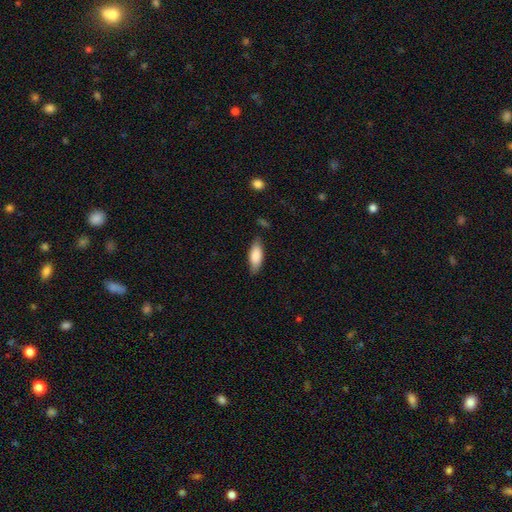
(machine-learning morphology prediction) smooth-or-featured: smooth: 83% | featured or disk: 12% | star or artifact: 6%
  how-rounded: in between: 73% | cigar-shaped: 25% | round: 2%
  merging: none: 78% | minor disturbance: 16% | major disturbance: 3% | merger: 2%